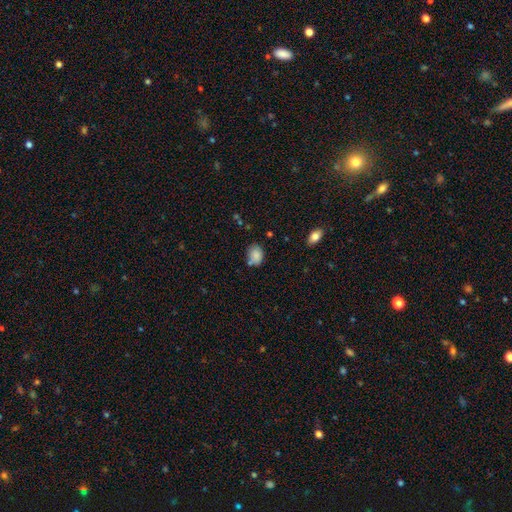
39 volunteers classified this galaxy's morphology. smooth_or_featured: smooth (p=0.90) [alt: featured or disk p=0.05]
how_rounded: in between (p=0.71) [alt: round p=0.23]
merging: none (p=0.57) [alt: minor disturbance p=0.32]